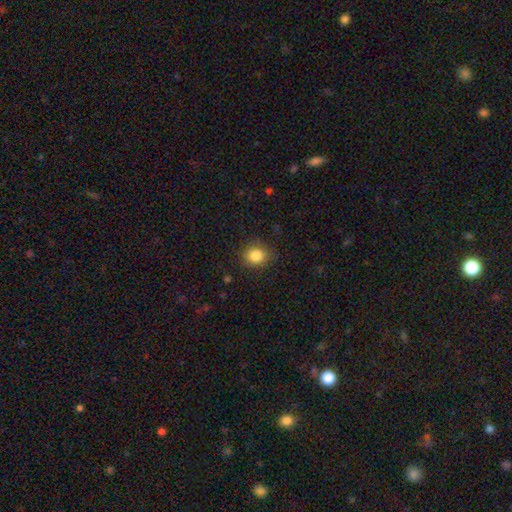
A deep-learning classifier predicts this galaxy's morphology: Q: Smooth or featured?
A: smooth (85%); runner-up: star or artifact (10%)
Q: How rounded?
A: round (75%); runner-up: in between (24%)
Q: Merging?
A: none (84%); runner-up: minor disturbance (12%)